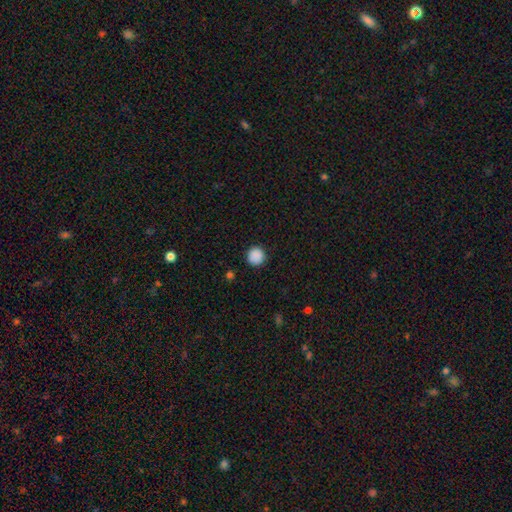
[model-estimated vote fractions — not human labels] smooth-or-featured: smooth: 89% | star or artifact: 9% | featured or disk: 2%
  how-rounded: round: 95% | in between: 4% | cigar-shaped: 1%
  merging: none: 90% | minor disturbance: 7% | major disturbance: 2% | merger: 1%